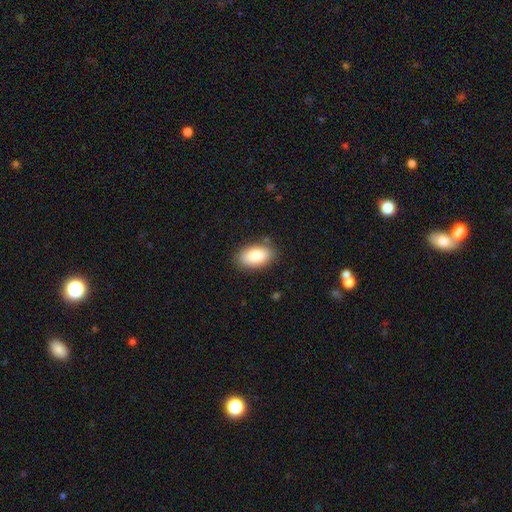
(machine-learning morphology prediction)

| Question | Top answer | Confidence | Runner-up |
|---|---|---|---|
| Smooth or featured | smooth | 85% | featured or disk (8%) |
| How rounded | in between | 93% | round (5%) |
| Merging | none | 84% | minor disturbance (12%) |